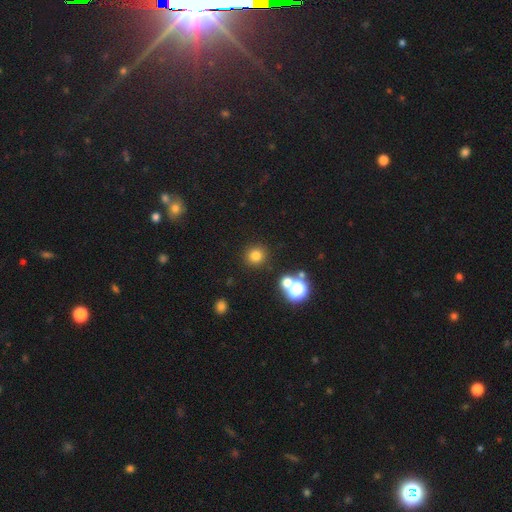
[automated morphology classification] Smooth or featured?
  - smooth: 76% *
  - star or artifact: 18%
  - featured or disk: 6%
How rounded?
  - round: 92% *
  - in between: 7%
  - cigar-shaped: 1%
Merging?
  - none: 87% *
  - minor disturbance: 6%
  - merger: 4%
  - major disturbance: 3%